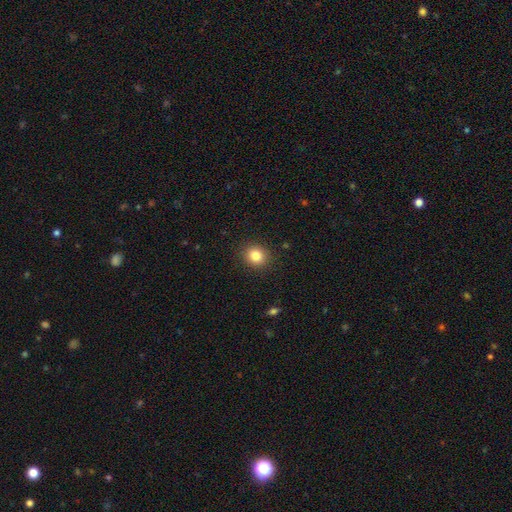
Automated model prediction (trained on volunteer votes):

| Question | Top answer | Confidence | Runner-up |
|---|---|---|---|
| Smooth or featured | smooth | 82% | star or artifact (11%) |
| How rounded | round | 81% | in between (18%) |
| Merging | none | 90% | minor disturbance (7%) |